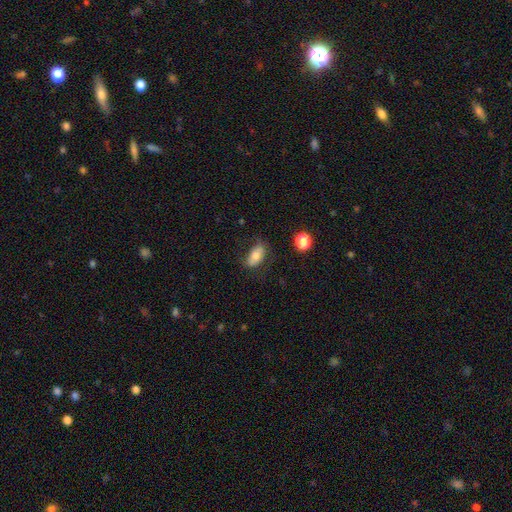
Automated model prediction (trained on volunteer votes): Smooth or featured? smooth (72%)
How rounded? in between (89%)
Merging? none (68%)